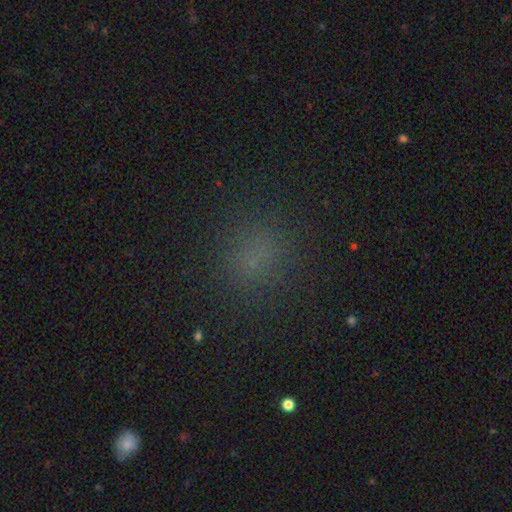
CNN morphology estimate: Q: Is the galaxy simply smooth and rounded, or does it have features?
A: smooth — 68%.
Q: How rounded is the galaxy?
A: round — 75%.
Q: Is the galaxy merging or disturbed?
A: none — 85%.